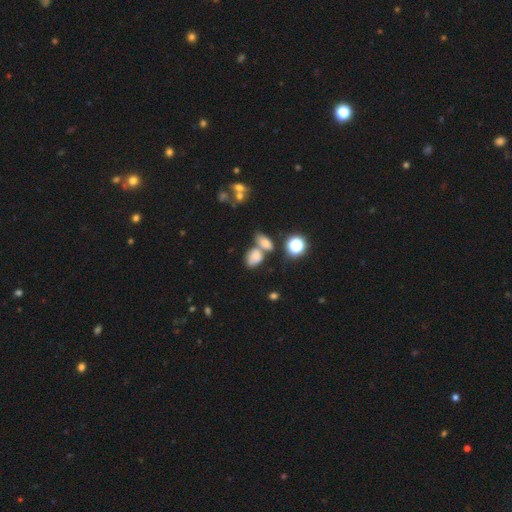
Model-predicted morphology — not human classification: Smooth or featured? Predicted: smooth (p=0.65). How rounded? Predicted: in between (p=0.69). Merging? Predicted: merger (p=0.41).